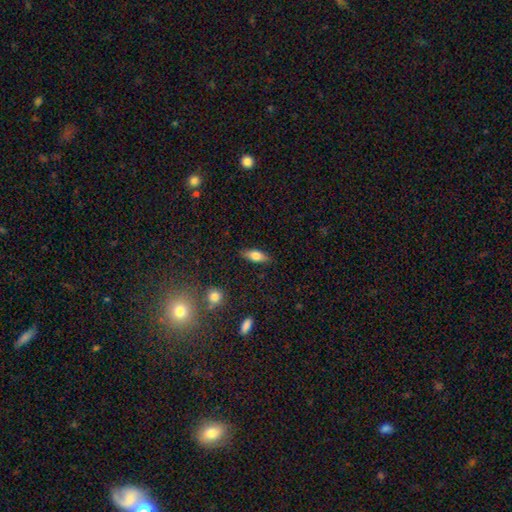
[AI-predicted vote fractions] This appears to be a smooth galaxy with no disk features (74%) that is in between round and cigar-shaped (74%). Merging: none (86%).